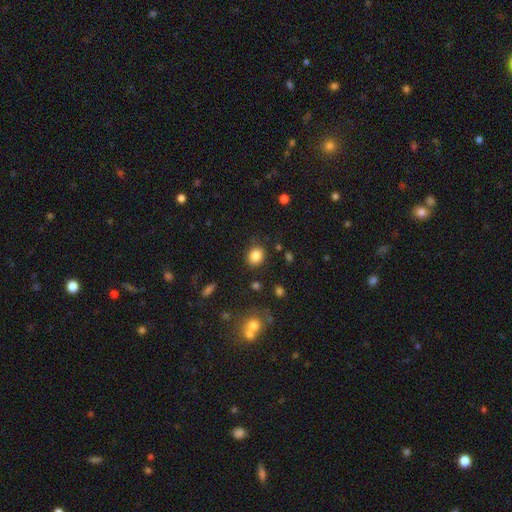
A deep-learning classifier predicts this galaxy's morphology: Smooth or featured?
  - smooth: 84% *
  - star or artifact: 11%
  - featured or disk: 5%
How rounded?
  - round: 73% *
  - in between: 26%
  - cigar-shaped: 1%
Merging?
  - none: 85% *
  - minor disturbance: 10%
  - major disturbance: 3%
  - merger: 2%